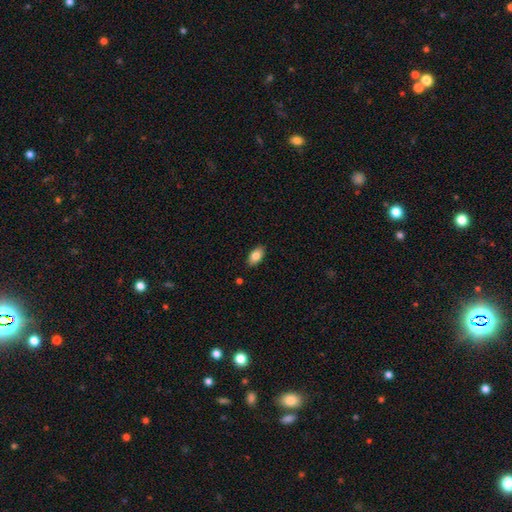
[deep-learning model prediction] Smooth or featured: smooth — 82% (featured or disk — 11%)
How rounded: in between — 92% (round — 4%)
Merging: none — 87% (minor disturbance — 10%)